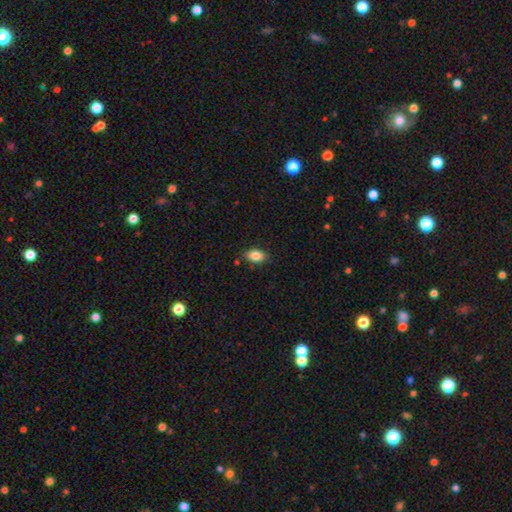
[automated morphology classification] A smooth galaxy with no disk features (85%) that is in between round and cigar-shaped (88%). Merging: none (83%).